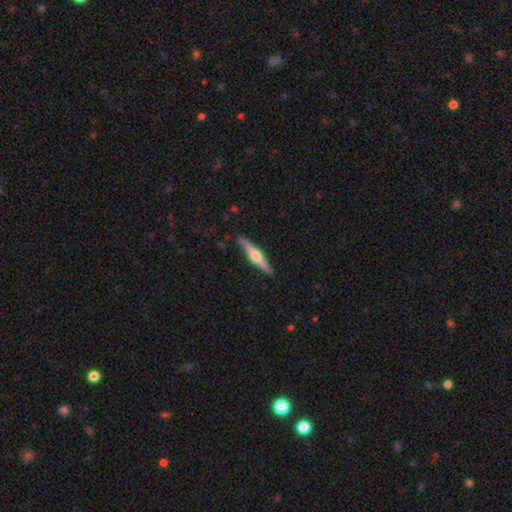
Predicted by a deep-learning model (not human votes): featured or disk 67%, smooth 28%, star or artifact 5%. Down the decision tree: edge-on disk — yes (97%); edge-on bulge — rounded (88%); merging — none (88%).